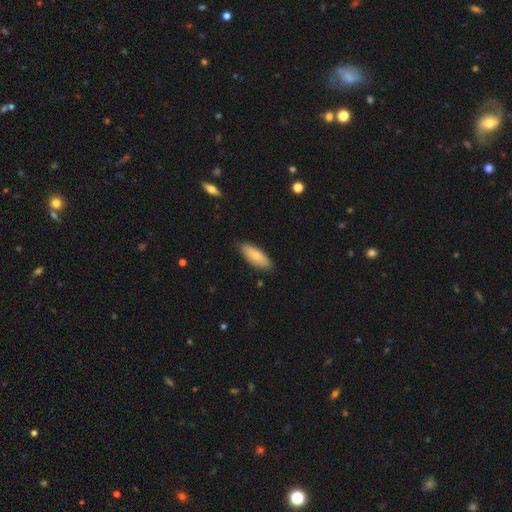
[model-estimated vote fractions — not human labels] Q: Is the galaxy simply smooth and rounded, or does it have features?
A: smooth — 77%.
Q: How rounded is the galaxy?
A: in between — 75%.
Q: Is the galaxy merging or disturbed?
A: none — 85%.